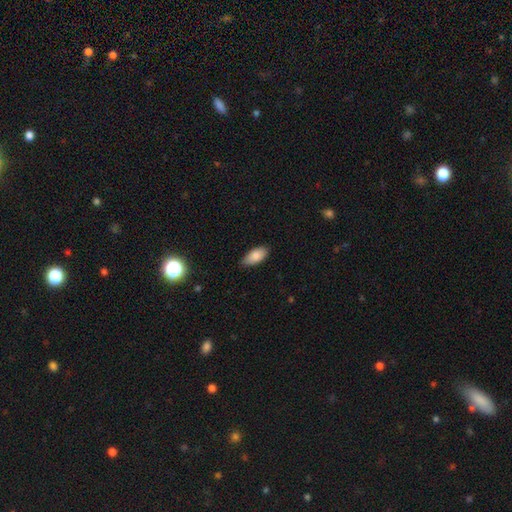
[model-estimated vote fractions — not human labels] This is clearly a smooth galaxy (85%). How rounded: clearly in between (91%). Merging: clearly none (82%).